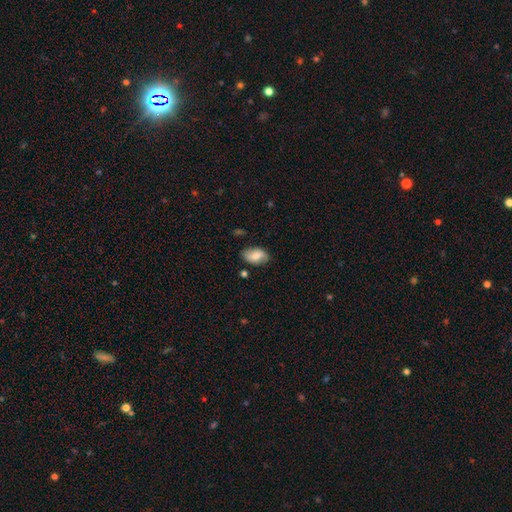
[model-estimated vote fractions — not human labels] smooth_or_featured: smooth (p=0.67) [alt: featured or disk p=0.25]
how_rounded: in between (p=0.91) [alt: round p=0.07]
merging: none (p=0.75) [alt: minor disturbance p=0.19]